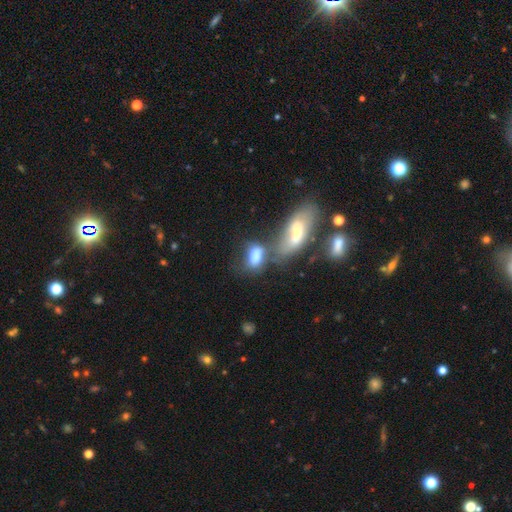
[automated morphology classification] Smooth or featured? Predicted: smooth (p=0.71). How rounded? Predicted: in between (p=0.86). Merging? Predicted: merger (p=0.55).